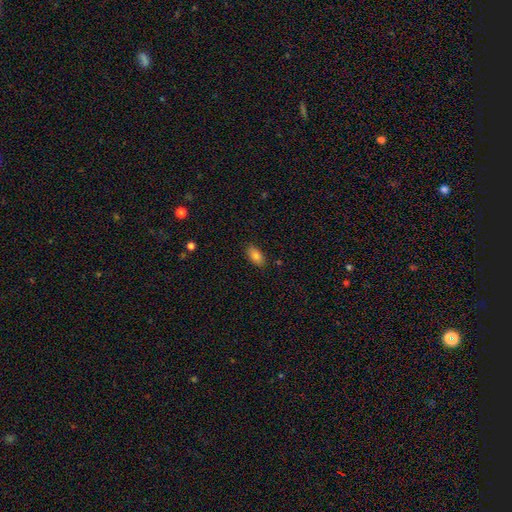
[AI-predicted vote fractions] Smooth or featured? Predicted: smooth (p=0.82). How rounded? Predicted: in between (p=0.91). Merging? Predicted: none (p=0.86).